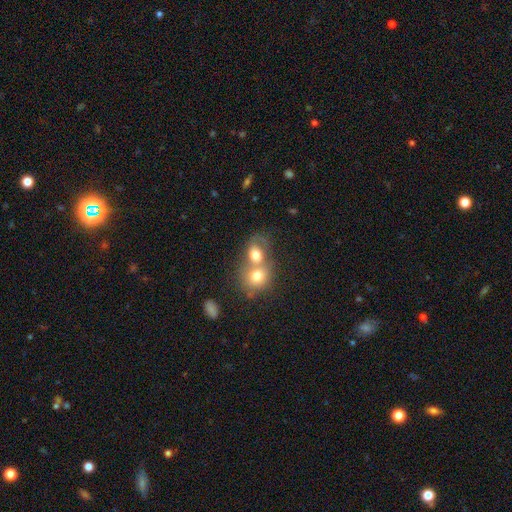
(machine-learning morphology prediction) type=smooth (69%); roundness=round (57%); merging=merger (69%).